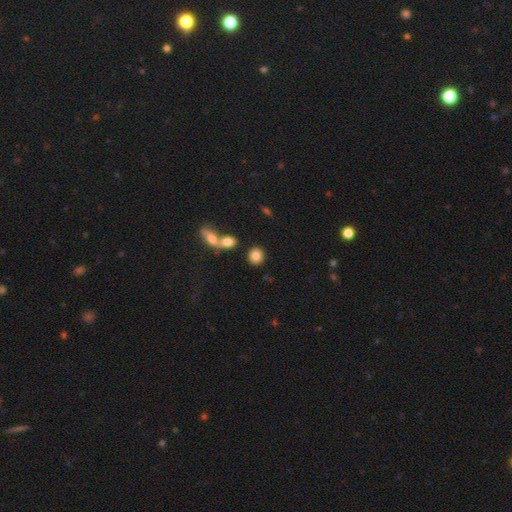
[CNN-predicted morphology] The model was most divided on "how rounded": round: 78%, in between: 21%, cigar-shaped: 2%. More confident: smooth or featured — smooth (82%); merging — none (75%).